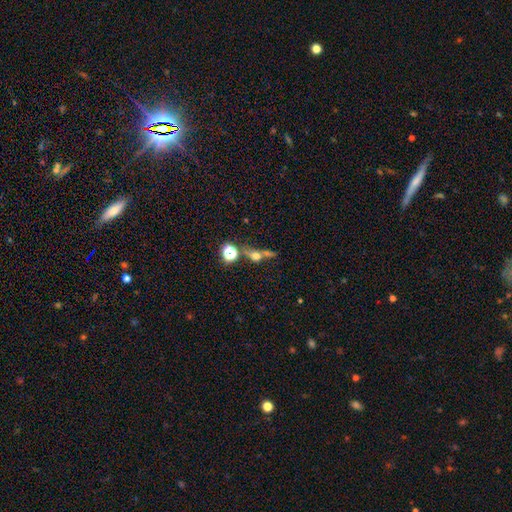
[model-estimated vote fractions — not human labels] This appears to be a smooth galaxy with no disk features (44%). Merging: none (40%).